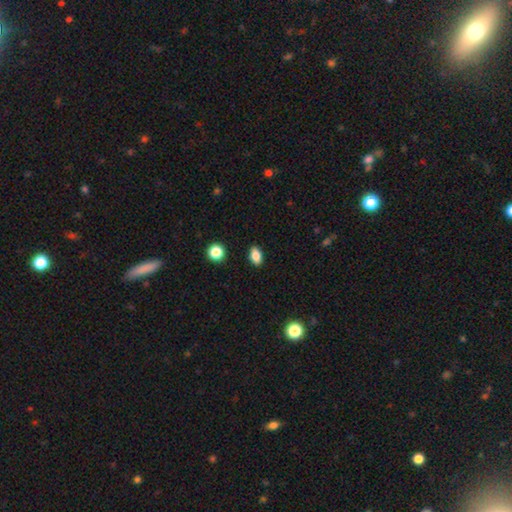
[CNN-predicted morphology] The model was most divided on "smooth or featured": smooth: 84%, star or artifact: 9%, featured or disk: 7%. More confident: merging — none (89%); how rounded — in between (87%).